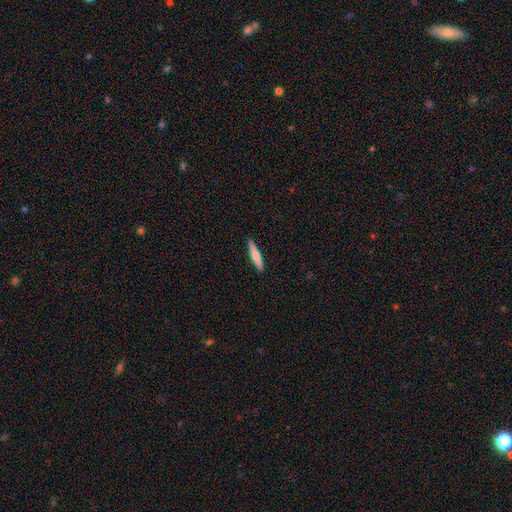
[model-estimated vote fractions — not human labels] smooth 59%, featured or disk 35%, star or artifact 5%. Down the decision tree: how rounded — cigar-shaped (89%); merging — none (91%).